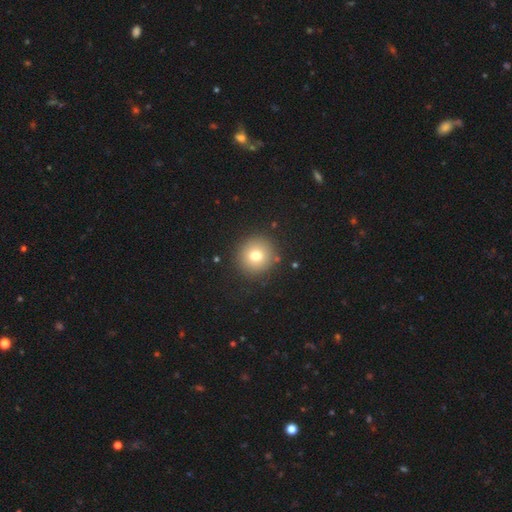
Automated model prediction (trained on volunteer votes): A smooth galaxy with no disk features (74%) that is round (94%). Merging: none (89%).